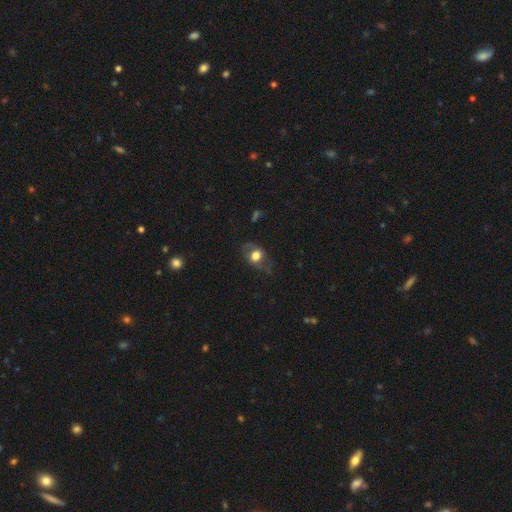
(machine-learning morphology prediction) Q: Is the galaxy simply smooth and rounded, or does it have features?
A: smooth — 63%.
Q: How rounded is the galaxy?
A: in between — 56%.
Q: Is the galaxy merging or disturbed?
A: none — 64%.